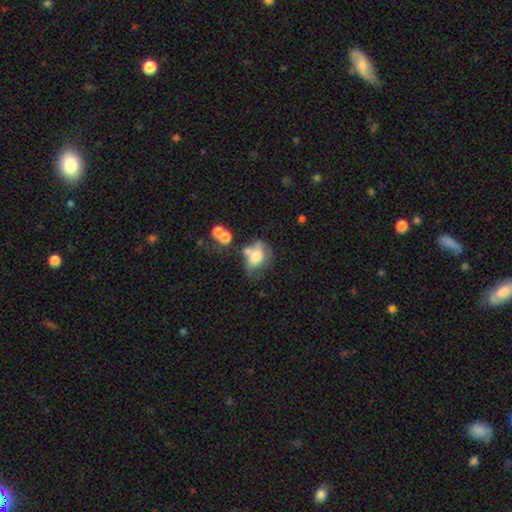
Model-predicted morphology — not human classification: A smooth galaxy with no disk features (59%) that is in between round and cigar-shaped (70%). Merging: merger (32%).